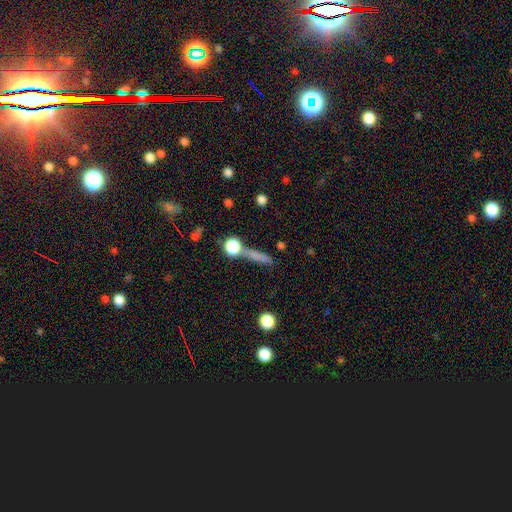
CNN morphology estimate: smooth-or-featured: smooth: 67% | featured or disk: 18% | star or artifact: 15%
  how-rounded: cigar-shaped: 72% | in between: 15% | round: 13%
  merging: none: 62% | merger: 17% | minor disturbance: 14% | major disturbance: 7%